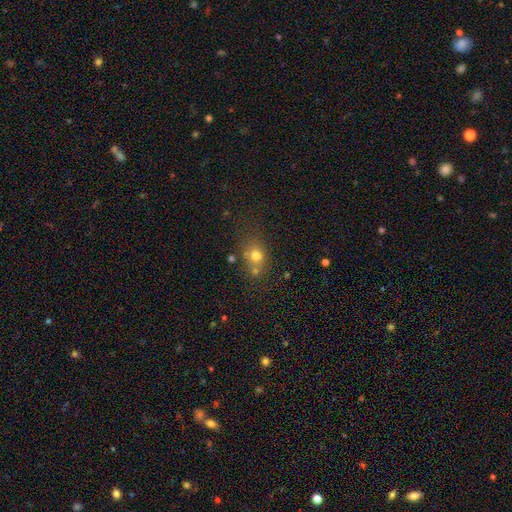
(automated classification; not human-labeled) This is likely a smooth galaxy (71%). How rounded: likely round (61%). Merging: possibly none (57%).